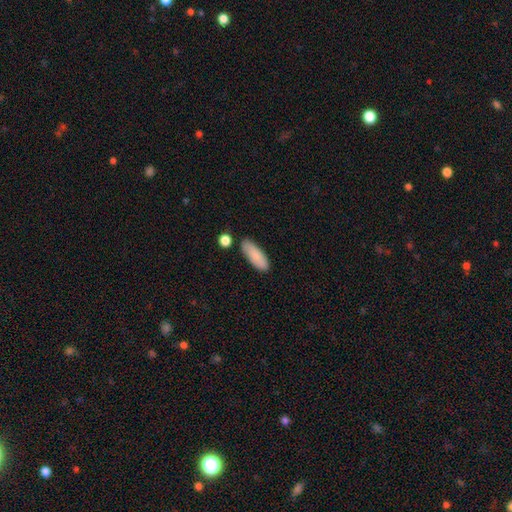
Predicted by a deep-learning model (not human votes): A smooth galaxy with no disk features (86%) that is in between round and cigar-shaped (70%).

Vote fractions:
- Smooth or featured? smooth: 86% / featured or disk: 8% / star or artifact: 6%
- How rounded? in between: 70% / cigar-shaped: 28% / round: 2%
- Merging? none: 80% / minor disturbance: 12% / merger: 5% / major disturbance: 3%